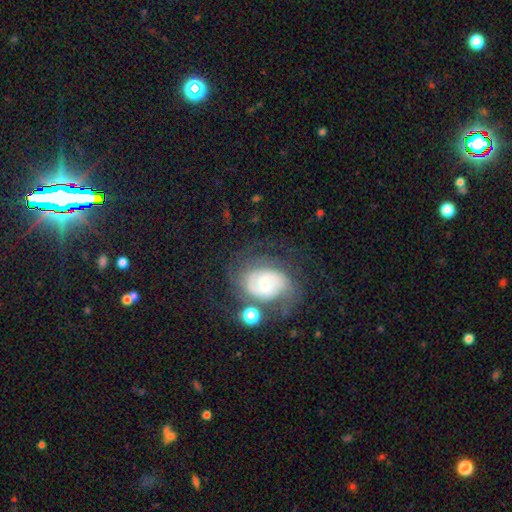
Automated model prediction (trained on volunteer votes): featured or disk 62%, star or artifact 20%, smooth 18%. Down the decision tree: edge-on disk — no (96%); bar — no (57%); spiral arms — yes (84%); spiral arm count — 2 (58%); spiral winding — tight (49%); bulge size — small (43%, tied with moderate); merging — none (67%).